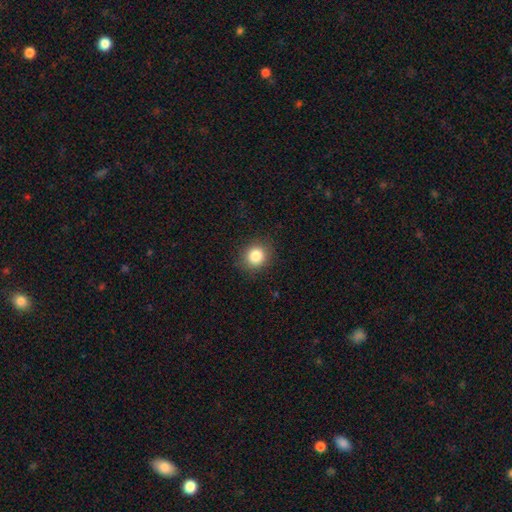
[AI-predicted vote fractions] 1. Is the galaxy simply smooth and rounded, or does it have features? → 84% smooth, 11% star or artifact, 5% featured or disk.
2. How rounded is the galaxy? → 83% round, 16% in between, 1% cigar-shaped.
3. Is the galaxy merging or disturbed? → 87% none, 9% minor disturbance, 3% major disturbance, 1% merger.